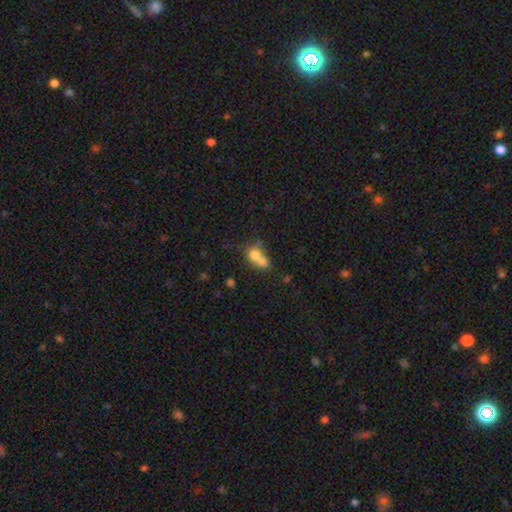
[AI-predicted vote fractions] Morphology: type=smooth (71%); roundness=round (66%); merging=merger (67%).